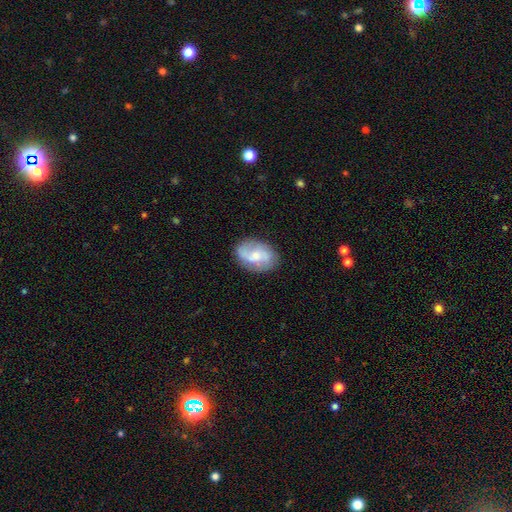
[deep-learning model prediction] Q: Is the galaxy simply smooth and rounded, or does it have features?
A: featured or disk — 59%.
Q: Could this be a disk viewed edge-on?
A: no — 96%.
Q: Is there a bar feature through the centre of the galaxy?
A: no — 51%.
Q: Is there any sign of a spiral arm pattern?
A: yes — 78%.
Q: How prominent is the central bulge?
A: small — 50%.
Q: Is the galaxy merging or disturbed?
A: none — 76%.